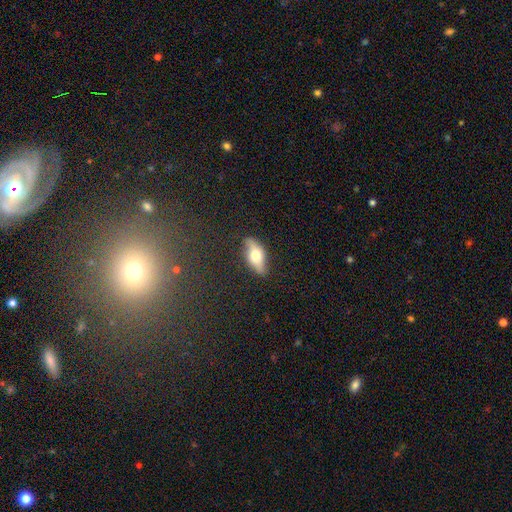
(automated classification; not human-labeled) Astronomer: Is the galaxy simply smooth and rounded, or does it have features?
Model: smooth — 54% (runner-up: featured or disk, 39%).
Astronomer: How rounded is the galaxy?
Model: in between — 77%.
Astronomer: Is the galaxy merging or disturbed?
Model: none — 81%.